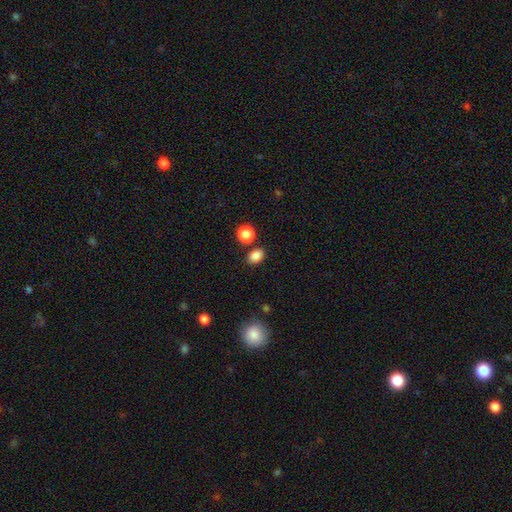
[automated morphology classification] The model was most divided on "how rounded": in between: 68%, round: 31%, cigar-shaped: 1%. More confident: smooth or featured — smooth (85%); merging — none (78%).